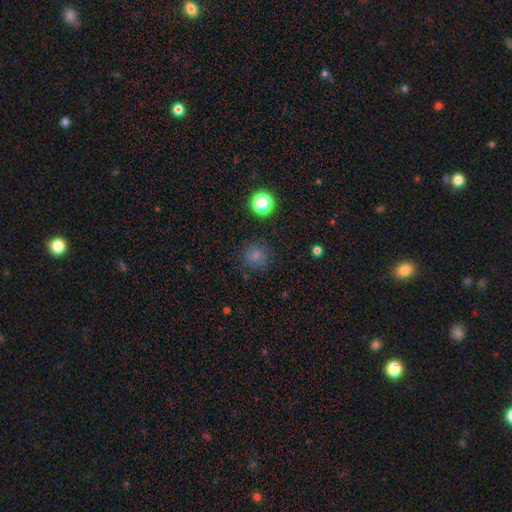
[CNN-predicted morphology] Overall: smooth (75%). How rounded: round (89%). Merging: none (82%).